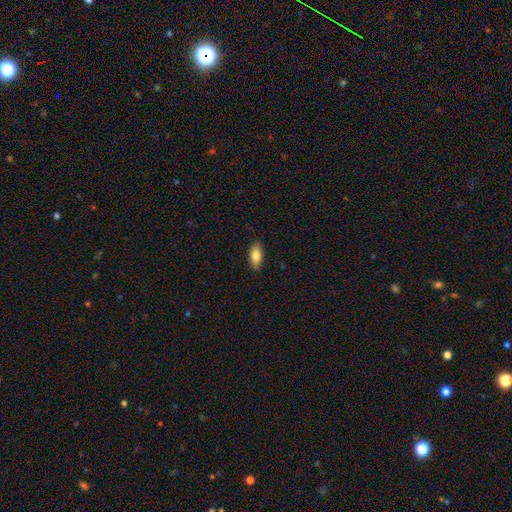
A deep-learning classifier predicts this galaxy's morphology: A smooth galaxy with no disk features (80%) that is in between round and cigar-shaped (85%).

Vote fractions:
- Smooth or featured? smooth: 80% / featured or disk: 13% / star or artifact: 7%
- How rounded? in between: 85% / cigar-shaped: 13% / round: 3%
- Merging? none: 86% / minor disturbance: 11% / major disturbance: 2% / merger: 1%